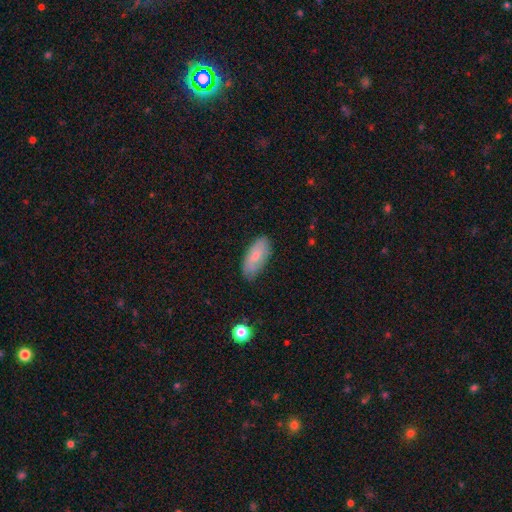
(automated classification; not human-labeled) The model was most divided on "smooth or featured": smooth: 67%, featured or disk: 26%, star or artifact: 7%. More confident: how rounded — in between (89%); merging — none (76%).